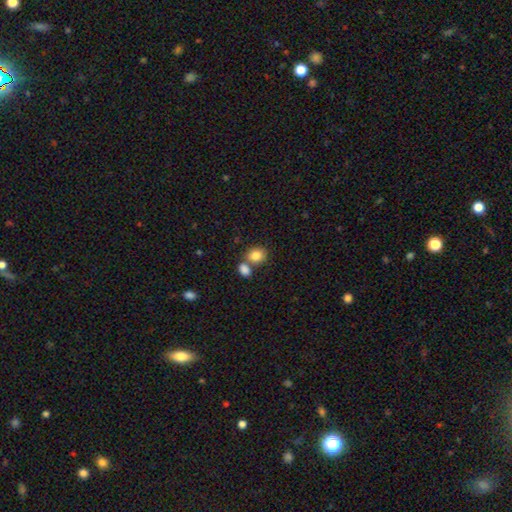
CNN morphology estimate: Smooth or featured: smooth — 84% (star or artifact — 9%)
How rounded: round — 57% (in between — 42%)
Merging: none — 54% (merger — 34%)